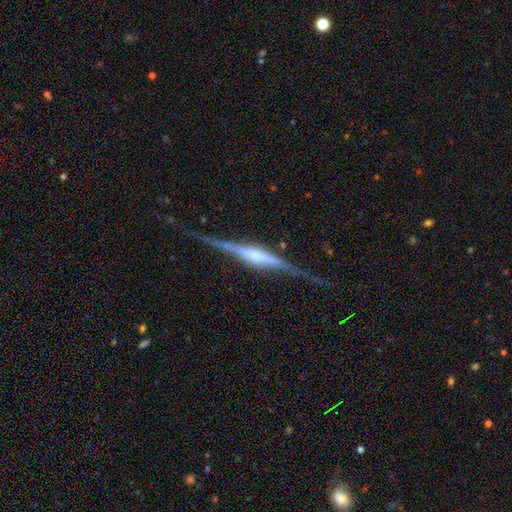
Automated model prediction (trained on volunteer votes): This is clearly a featured or disk galaxy (86%). It is clearly viewed edge-on (97%). Edge-on bulge: likely rounded (71%). Merging: clearly none (81%).